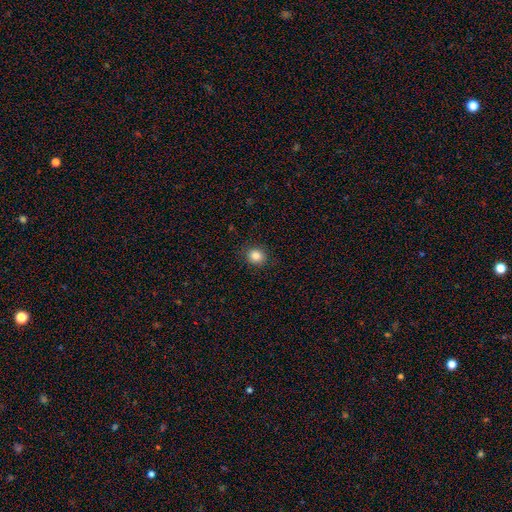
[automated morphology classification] A smooth galaxy with no disk features (85%) that is round (78%).

Vote fractions:
- Smooth or featured? smooth: 85% / star or artifact: 11% / featured or disk: 5%
- How rounded? round: 78% / in between: 21% / cigar-shaped: 1%
- Merging? none: 89% / minor disturbance: 8% / major disturbance: 2% / merger: 1%